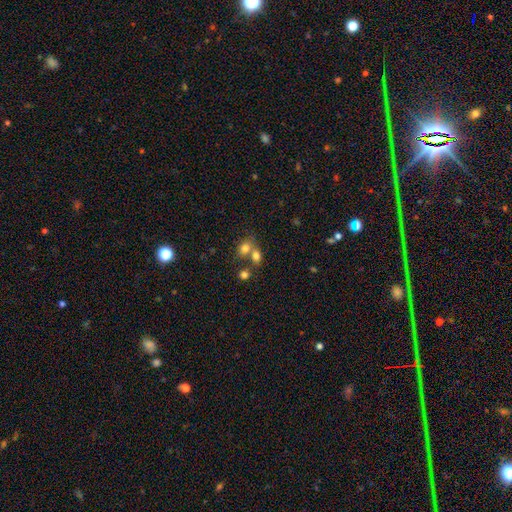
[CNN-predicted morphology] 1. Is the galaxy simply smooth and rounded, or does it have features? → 77% smooth, 12% star or artifact, 12% featured or disk.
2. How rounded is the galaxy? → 60% in between, 39% round, 2% cigar-shaped.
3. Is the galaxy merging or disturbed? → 52% merger, 35% none, 8% minor disturbance, 4% major disturbance.